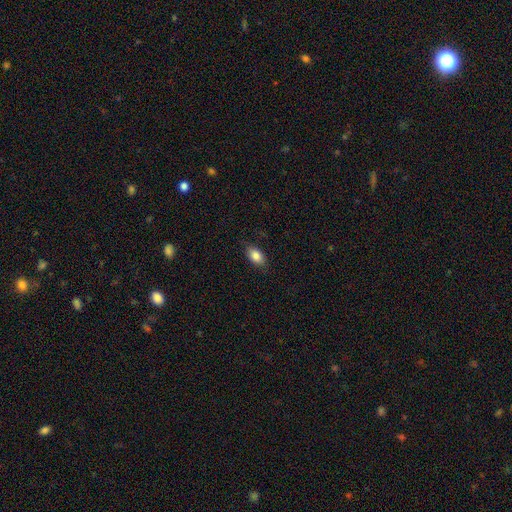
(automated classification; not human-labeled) smooth 85%, star or artifact 8%, featured or disk 7%. Down the decision tree: how rounded — in between (89%); merging — none (84%).